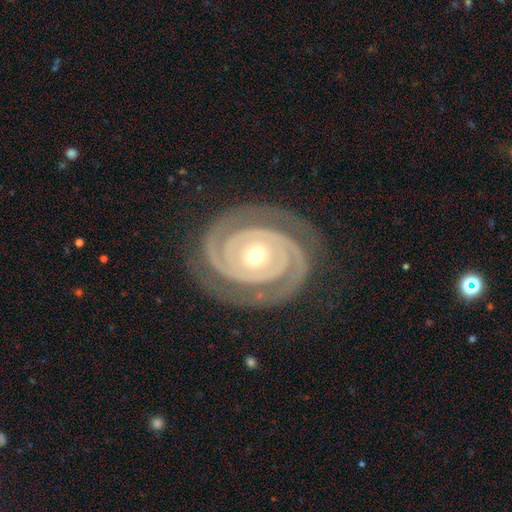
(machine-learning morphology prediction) Smooth or featured?
  - featured or disk: 94% *
  - star or artifact: 3%
  - smooth: 3%
Edge-on disk?
  - no: 98% *
  - yes: 2%
Bar?
  - no: 70% *
  - weak: 17%
  - strong: 13%
Spiral arms?
  - yes: 98% *
  - no: 2%
Spiral winding?
  - tight: 85% *
  - medium: 13%
  - loose: 2%
Spiral arm count?
  - 2: 91% *
  - 3: 3%
  - can't tell: 2%
  - 1: 1%
  - 4: 1%
  - more than 4: 1%
Bulge size?
  - moderate: 58% *
  - small: 38%
  - large: 2%
  - dominant: 1%
  - none: 1%
Merging?
  - none: 84% *
  - minor disturbance: 11%
  - major disturbance: 4%
  - merger: 1%